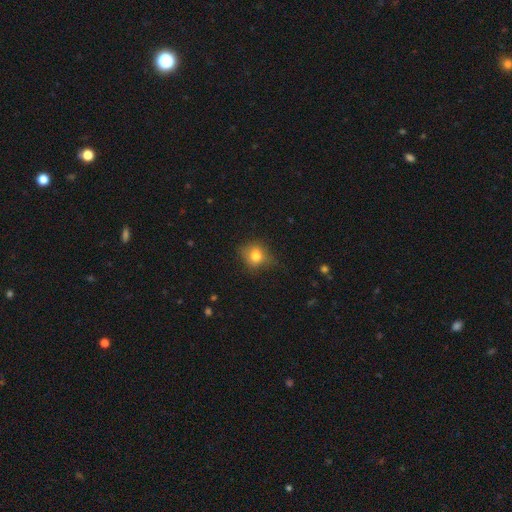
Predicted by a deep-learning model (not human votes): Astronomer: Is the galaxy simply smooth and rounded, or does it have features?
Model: smooth — 77%.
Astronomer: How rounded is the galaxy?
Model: round — 70%.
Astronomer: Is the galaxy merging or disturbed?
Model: none — 66%.